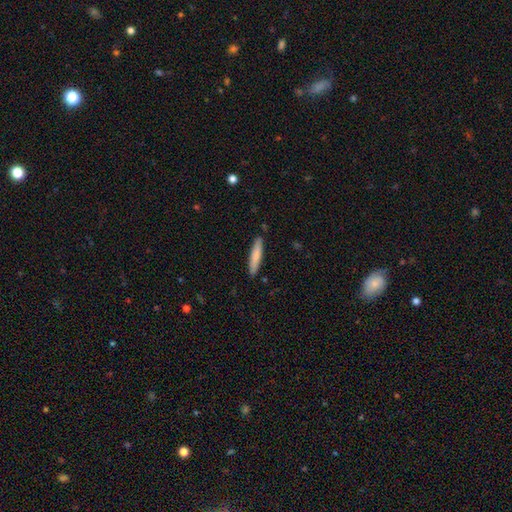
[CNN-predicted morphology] Smooth or featured: smooth — 79% (featured or disk — 15%)
How rounded: cigar-shaped — 89% (in between — 10%)
Merging: none — 89% (minor disturbance — 8%)